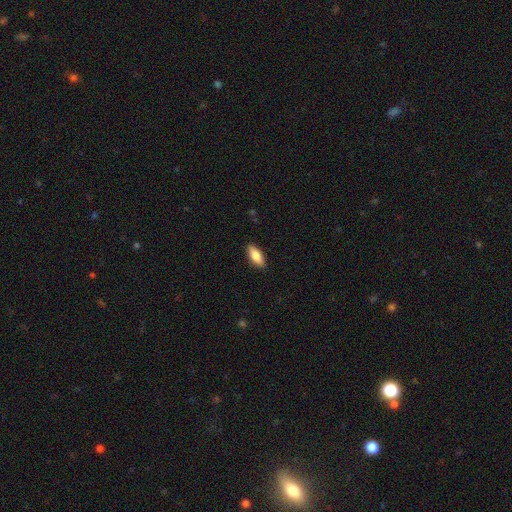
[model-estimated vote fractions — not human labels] smooth-or-featured: smooth: 81% | featured or disk: 13% | star or artifact: 6%
  how-rounded: in between: 80% | cigar-shaped: 17% | round: 2%
  merging: none: 88% | minor disturbance: 9% | major disturbance: 2% | merger: 1%